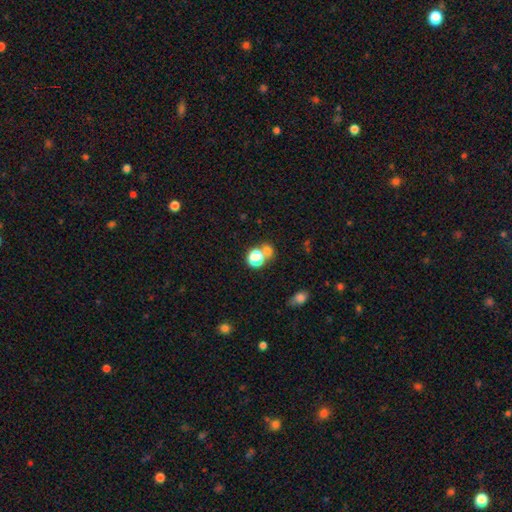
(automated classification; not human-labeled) Q: Smooth or featured?
A: smooth (58%); runner-up: star or artifact (34%)
Q: How rounded?
A: round (80%); runner-up: in between (18%)
Q: Merging?
A: none (62%); runner-up: merger (25%)